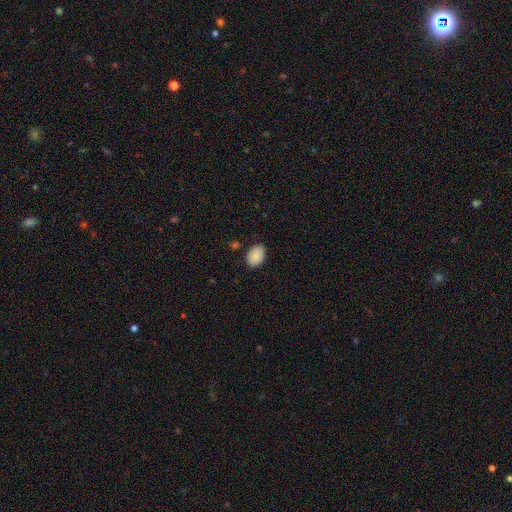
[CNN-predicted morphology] Overall: smooth (89%). How rounded: in between (82%). Merging: none (84%).